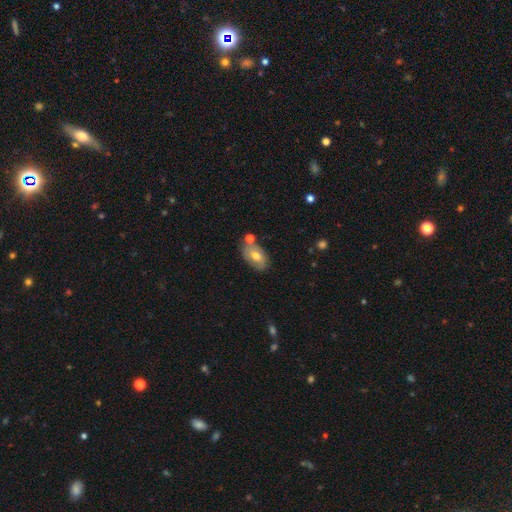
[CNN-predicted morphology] Overall: smooth (66%). How rounded: in between (90%). Merging: none (68%).